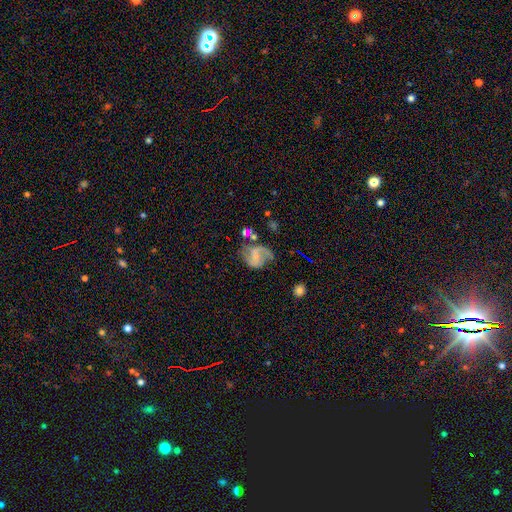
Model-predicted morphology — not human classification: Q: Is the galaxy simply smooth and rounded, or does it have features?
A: featured or disk — 66%.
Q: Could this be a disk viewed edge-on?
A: no — 98%.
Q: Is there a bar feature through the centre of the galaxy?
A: no — 45%.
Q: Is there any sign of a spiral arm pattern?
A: yes — 85%.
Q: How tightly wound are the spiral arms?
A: loose — 44%.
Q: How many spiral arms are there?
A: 2 — 65%.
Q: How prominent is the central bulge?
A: none — 65%.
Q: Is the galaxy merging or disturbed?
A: none — 41%.